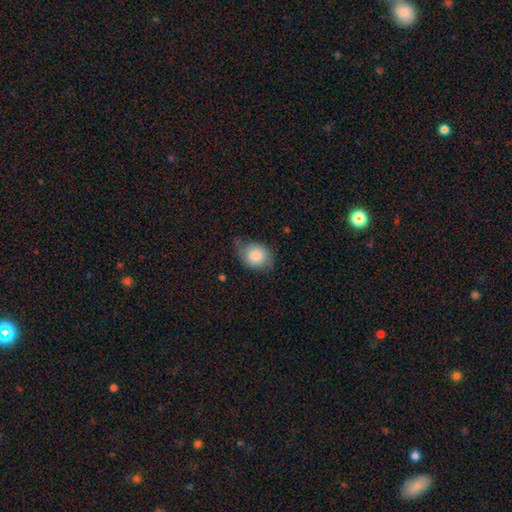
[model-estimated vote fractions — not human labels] Smooth or featured: smooth — 79% (featured or disk — 15%)
How rounded: in between — 51% (round — 48%)
Merging: none — 56% (minor disturbance — 33%)